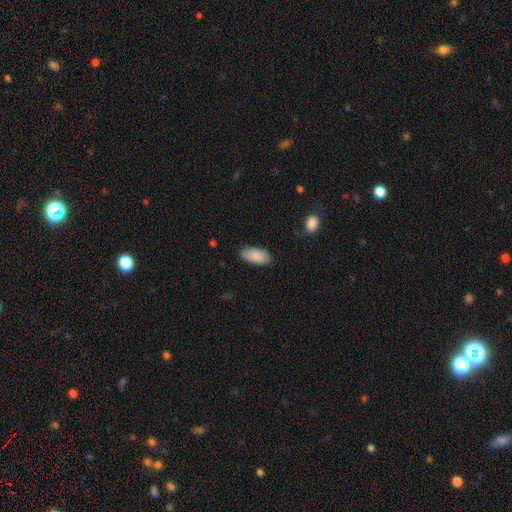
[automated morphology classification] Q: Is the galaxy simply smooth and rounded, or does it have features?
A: smooth — 87%.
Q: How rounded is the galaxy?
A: in between — 92%.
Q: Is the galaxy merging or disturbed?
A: none — 83%.